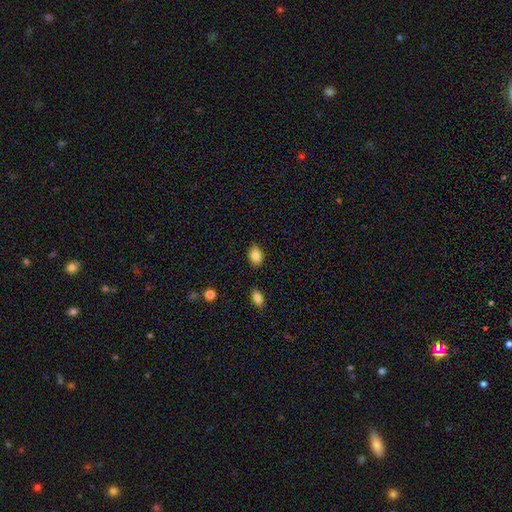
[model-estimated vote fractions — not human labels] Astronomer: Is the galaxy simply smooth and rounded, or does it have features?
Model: smooth — 87%.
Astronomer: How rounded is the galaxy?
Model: in between — 77%.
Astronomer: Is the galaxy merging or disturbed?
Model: none — 85%.